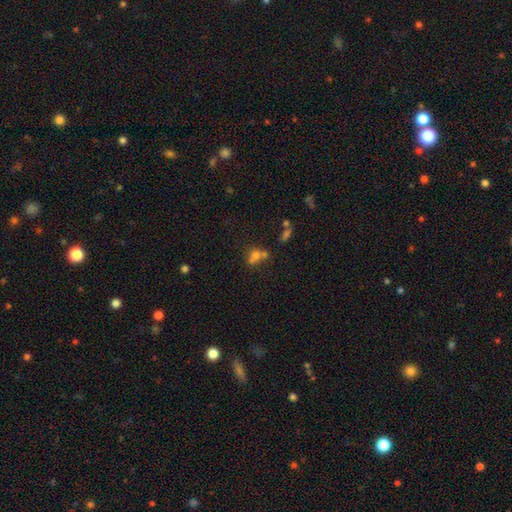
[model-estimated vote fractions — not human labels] This is likely a smooth galaxy (66%). How rounded: possibly round (57%). Merging: possibly merger (49%).